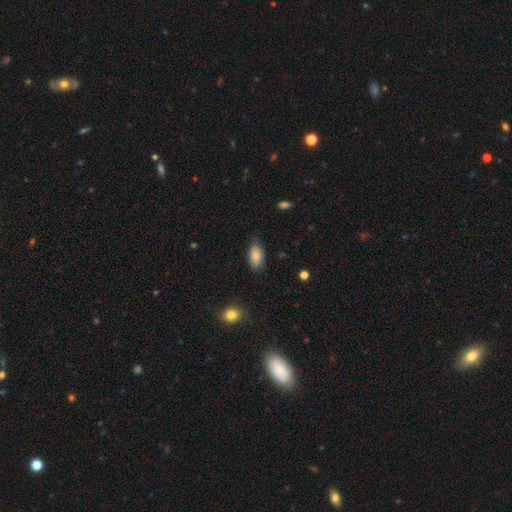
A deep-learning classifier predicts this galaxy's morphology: Smooth or featured? smooth (85%)
How rounded? in between (89%)
Merging? none (80%)